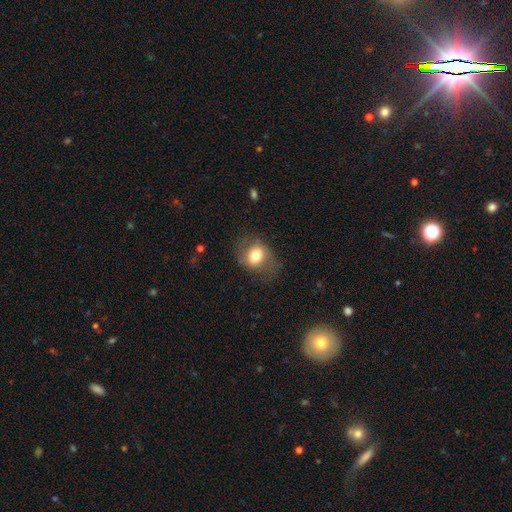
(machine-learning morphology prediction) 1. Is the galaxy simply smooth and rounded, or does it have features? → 68% smooth, 24% featured or disk, 8% star or artifact.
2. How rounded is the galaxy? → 53% in between, 46% round, 1% cigar-shaped.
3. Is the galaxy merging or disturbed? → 62% none, 22% minor disturbance, 15% major disturbance, 1% merger.